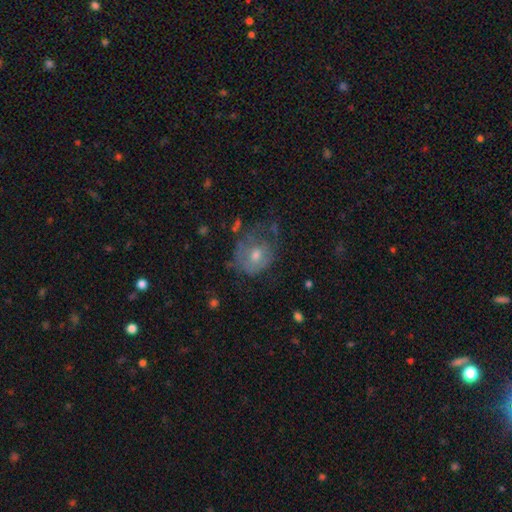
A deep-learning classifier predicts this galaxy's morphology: Q: Smooth or featured?
A: featured or disk (45%); runner-up: smooth (43%)
Q: Merging?
A: none (40%); runner-up: minor disturbance (29%)